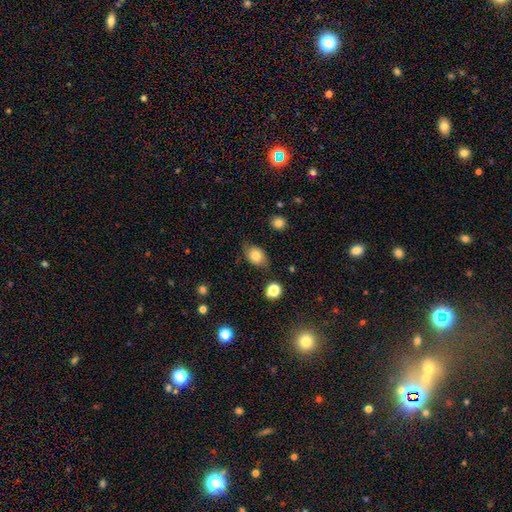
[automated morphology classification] A smooth galaxy with no disk features (77%) that is in between round and cigar-shaped (73%).

Vote fractions:
- Smooth or featured? smooth: 77% / featured or disk: 14% / star or artifact: 9%
- How rounded? in between: 73% / round: 25% / cigar-shaped: 2%
- Merging? none: 70% / minor disturbance: 23% / major disturbance: 5% / merger: 2%